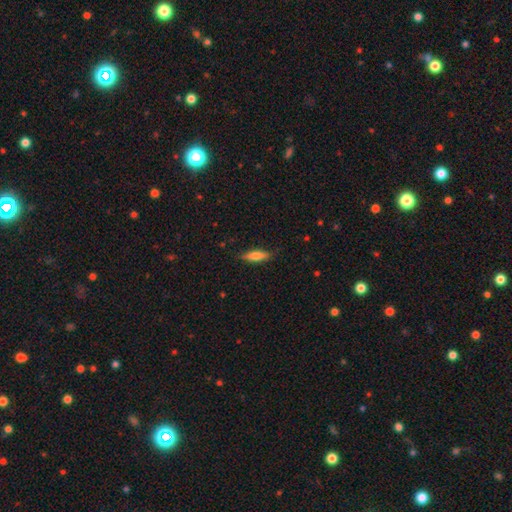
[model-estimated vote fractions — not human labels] Overall: smooth (65%; featured or disk 28%). How rounded: cigar-shaped (63%; in between 35%). Merging: none (82%).